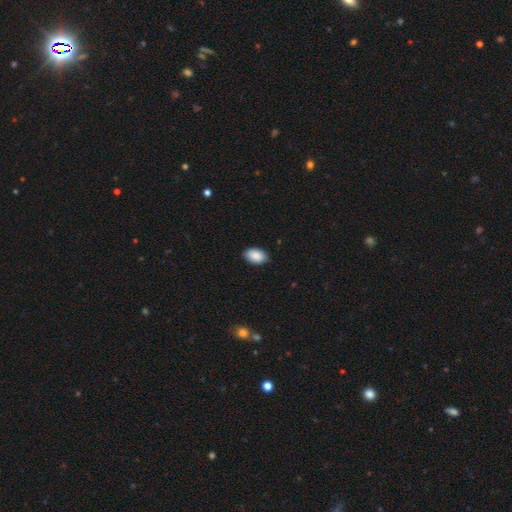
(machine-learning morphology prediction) Smooth or featured?
  - smooth: 89% *
  - star or artifact: 6%
  - featured or disk: 4%
How rounded?
  - in between: 93% *
  - round: 6%
  - cigar-shaped: 1%
Merging?
  - none: 88% *
  - minor disturbance: 10%
  - major disturbance: 2%
  - merger: 1%